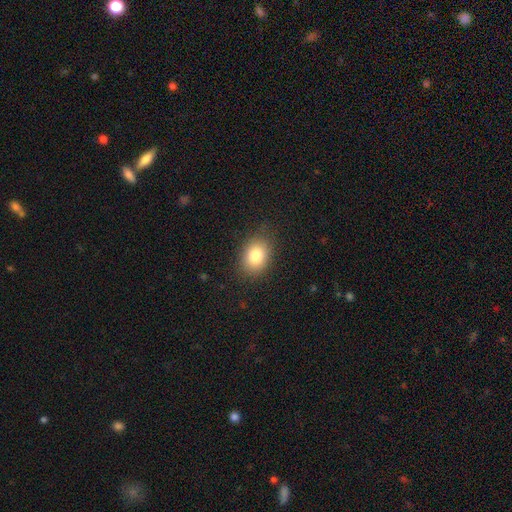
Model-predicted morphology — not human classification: A smooth galaxy with no disk features (82%) that is in between round and cigar-shaped (66%). Merging: none (83%).